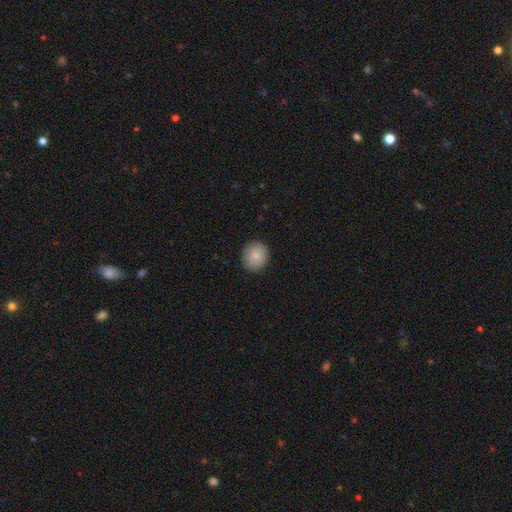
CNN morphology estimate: This appears to be a smooth galaxy with no disk features (86%) that is round (79%). Merging: none (89%).